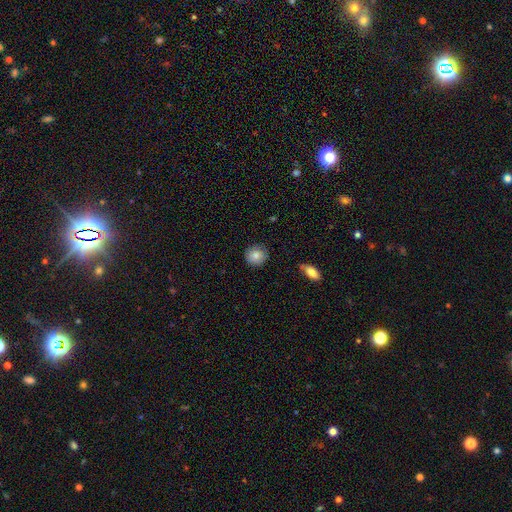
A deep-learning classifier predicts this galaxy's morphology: A smooth galaxy with no disk features (81%) that is round (88%). Merging: none (83%).